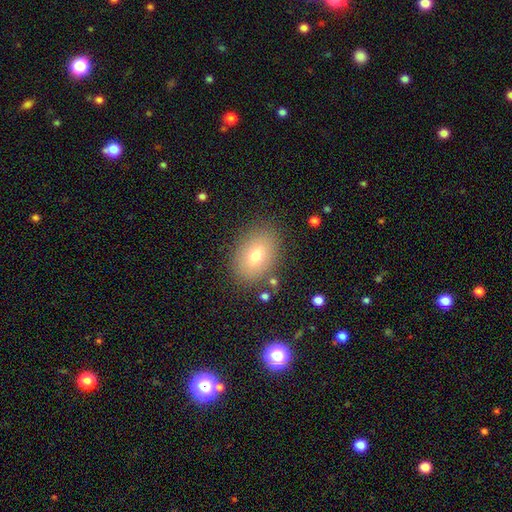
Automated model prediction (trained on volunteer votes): Smooth or featured? smooth (72%)
How rounded? in between (76%)
Merging? none (83%)